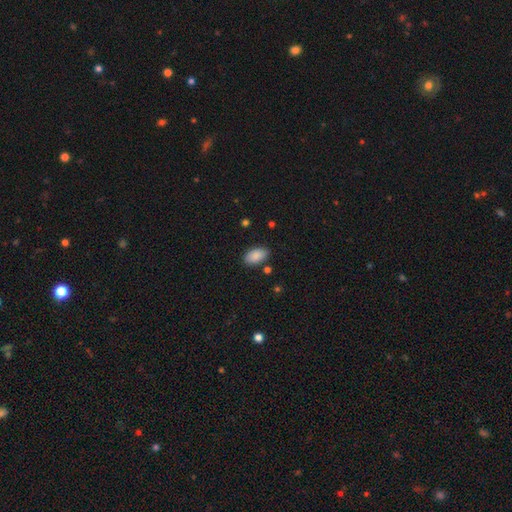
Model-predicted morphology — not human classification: A smooth galaxy with no disk features (89%) that is in between round and cigar-shaped (94%).

Vote fractions:
- Smooth or featured? smooth: 89% / star or artifact: 7% / featured or disk: 4%
- How rounded? in between: 94% / round: 4% / cigar-shaped: 2%
- Merging? none: 84% / minor disturbance: 11% / major disturbance: 3% / merger: 2%